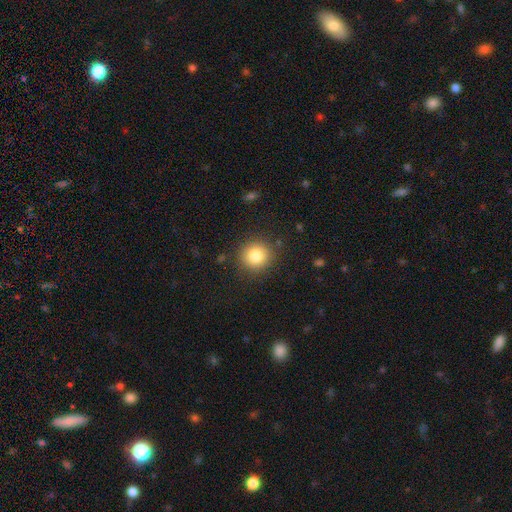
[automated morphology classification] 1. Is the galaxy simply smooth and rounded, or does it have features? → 82% smooth, 11% star or artifact, 7% featured or disk.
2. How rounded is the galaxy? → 91% round, 9% in between, 1% cigar-shaped.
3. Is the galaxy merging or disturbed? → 88% none, 8% minor disturbance, 3% major disturbance, 1% merger.